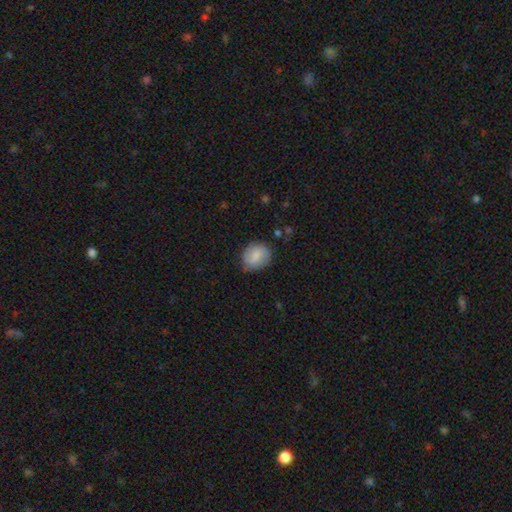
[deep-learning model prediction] This appears to be a smooth galaxy with no disk features (77%) that is round (67%). Merging: none (73%).